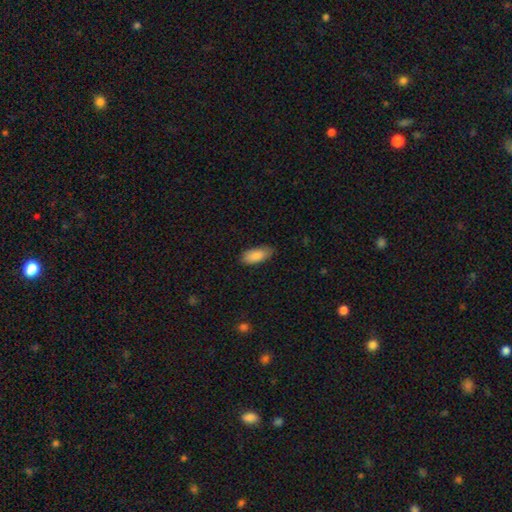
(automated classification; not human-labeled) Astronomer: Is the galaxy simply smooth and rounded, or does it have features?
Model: smooth — 88%.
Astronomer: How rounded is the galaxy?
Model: in between — 85%.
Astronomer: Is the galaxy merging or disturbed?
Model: none — 79%.